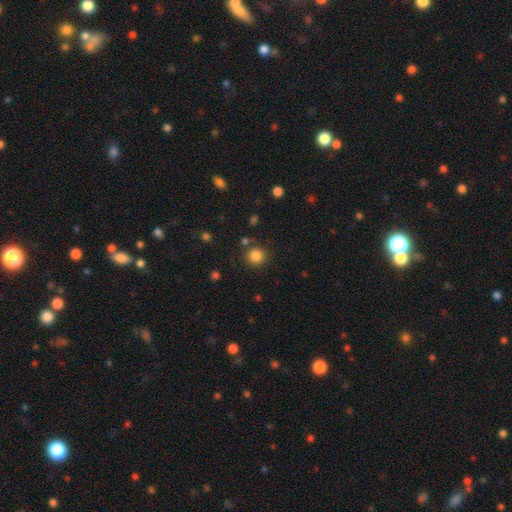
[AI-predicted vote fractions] Morphology: type=smooth (84%); roundness=round (91%); merging=none (82%).